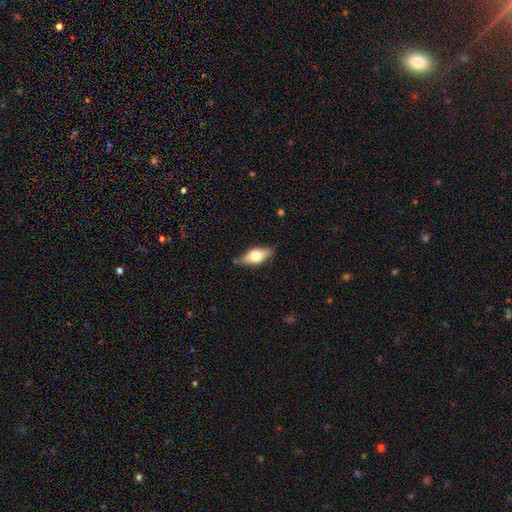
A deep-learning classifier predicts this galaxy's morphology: Smooth or featured? smooth (55%)
How rounded? in between (81%)
Merging? none (78%)